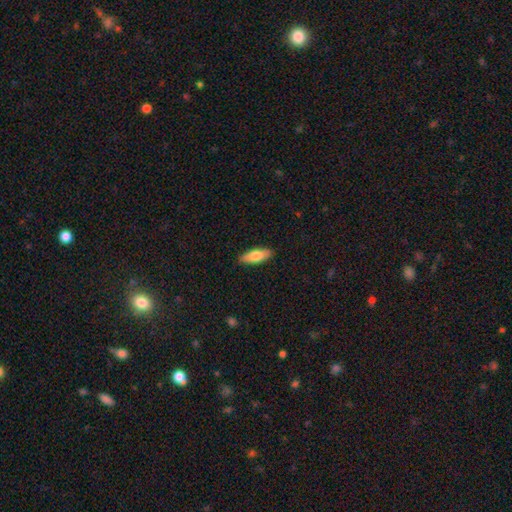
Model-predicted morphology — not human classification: smooth-or-featured: smooth: 78% | featured or disk: 17% | star or artifact: 5%
  how-rounded: in between: 64% | cigar-shaped: 34% | round: 2%
  merging: none: 89% | minor disturbance: 8% | major disturbance: 2% | merger: 1%